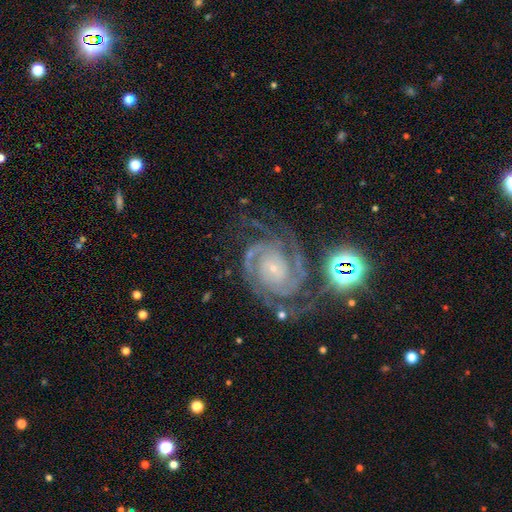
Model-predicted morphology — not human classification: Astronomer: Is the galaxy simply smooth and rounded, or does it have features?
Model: featured or disk — 85%.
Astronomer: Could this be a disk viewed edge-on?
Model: no — 97%.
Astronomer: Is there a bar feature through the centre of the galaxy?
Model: no — 63%.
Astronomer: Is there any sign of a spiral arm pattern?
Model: yes — 98%.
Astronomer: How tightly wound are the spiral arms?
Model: tight — 70%.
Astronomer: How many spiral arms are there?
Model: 2 — 64%.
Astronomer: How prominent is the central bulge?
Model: small — 61%.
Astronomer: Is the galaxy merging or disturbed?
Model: none — 73%.